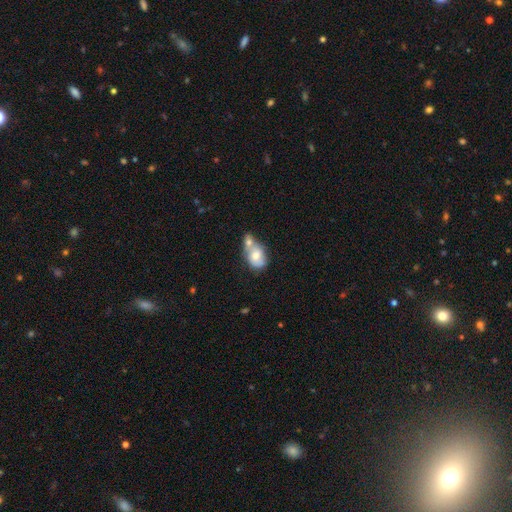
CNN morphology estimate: This is likely a smooth galaxy (61%). How rounded: likely in between (68%). Merging: likely merger (63%).